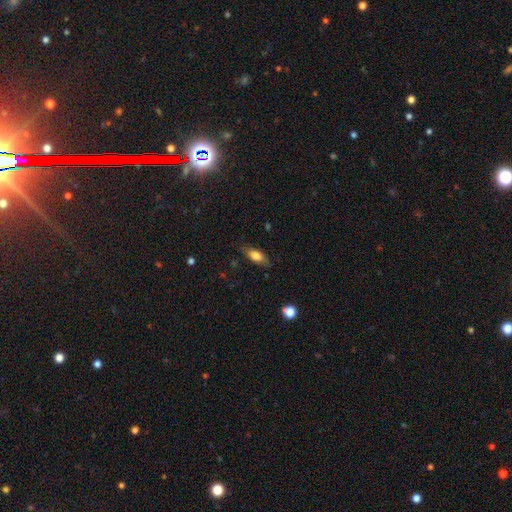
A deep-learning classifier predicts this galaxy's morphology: smooth 77%, featured or disk 15%, star or artifact 8%. Down the decision tree: how rounded — in between (80%); merging — none (78%).